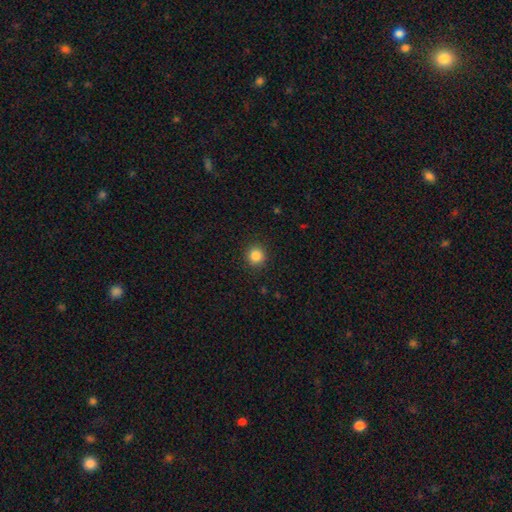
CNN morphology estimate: type=smooth (85%); roundness=round (94%); merging=none (91%).